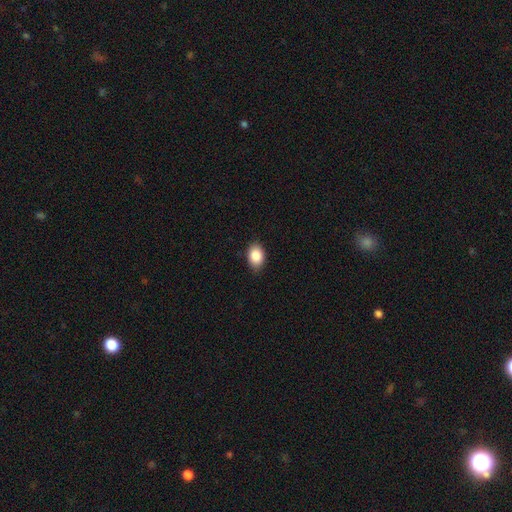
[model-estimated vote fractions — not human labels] This is clearly a smooth galaxy (87%). How rounded: clearly in between (82%). Merging: clearly none (85%).